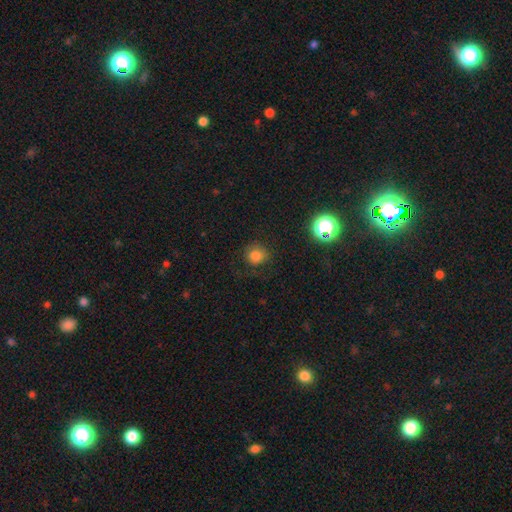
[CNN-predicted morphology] This appears to be a smooth galaxy with no disk features (78%) that is round (84%). Merging: none (73%).